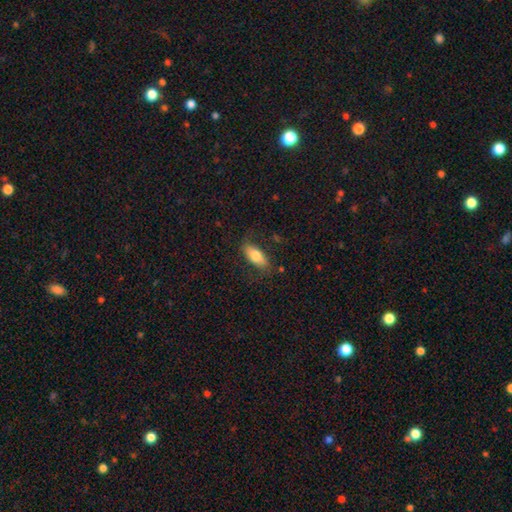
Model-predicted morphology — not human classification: Q: Smooth or featured?
A: smooth (72%); runner-up: featured or disk (22%)
Q: How rounded?
A: in between (79%); runner-up: cigar-shaped (19%)
Q: Merging?
A: none (77%); runner-up: minor disturbance (16%)